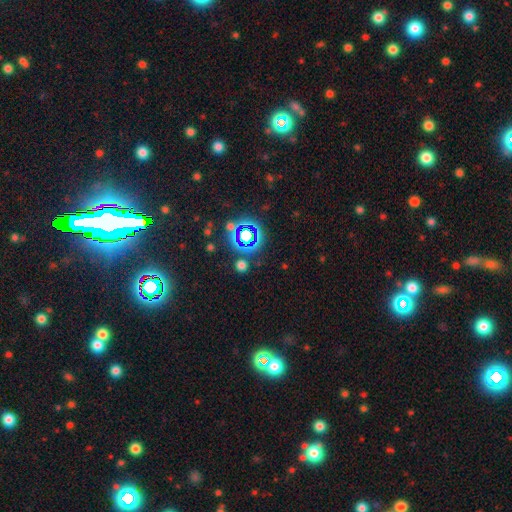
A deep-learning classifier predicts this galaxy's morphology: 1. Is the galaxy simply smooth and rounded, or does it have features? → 74% star or artifact, 18% smooth, 9% featured or disk.